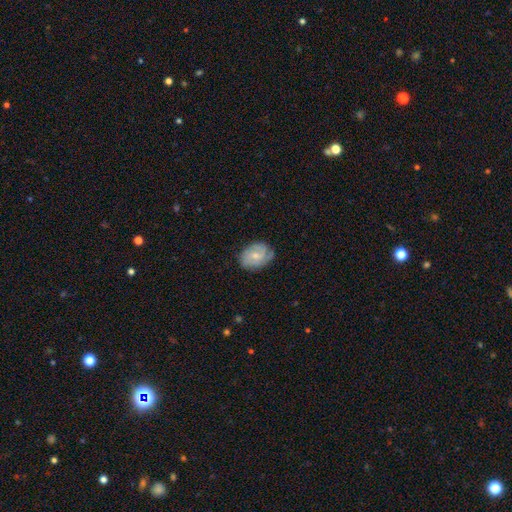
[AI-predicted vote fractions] featured or disk 59%, smooth 34%, star or artifact 6%. Down the decision tree: edge-on disk — no (97%); bar — no (58%); spiral arms — yes (89%); spiral arm count — 2 (35%); spiral winding — tight (49%); bulge size — small (50%); merging — none (71%).